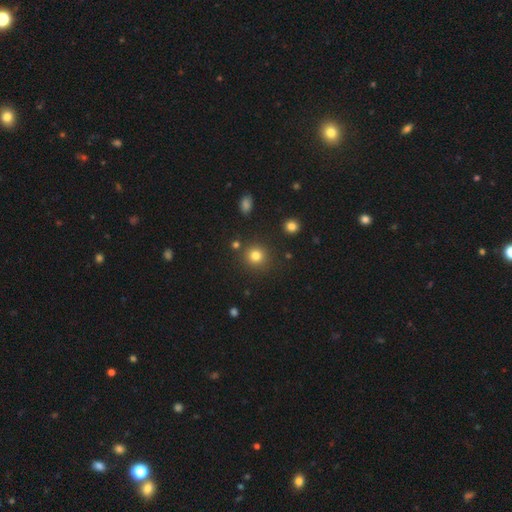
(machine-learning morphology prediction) A smooth galaxy with no disk features (81%) that is round (93%).

Vote fractions:
- Smooth or featured? smooth: 81% / star or artifact: 13% / featured or disk: 6%
- How rounded? round: 93% / in between: 6% / cigar-shaped: 1%
- Merging? none: 87% / minor disturbance: 7% / merger: 4% / major disturbance: 3%